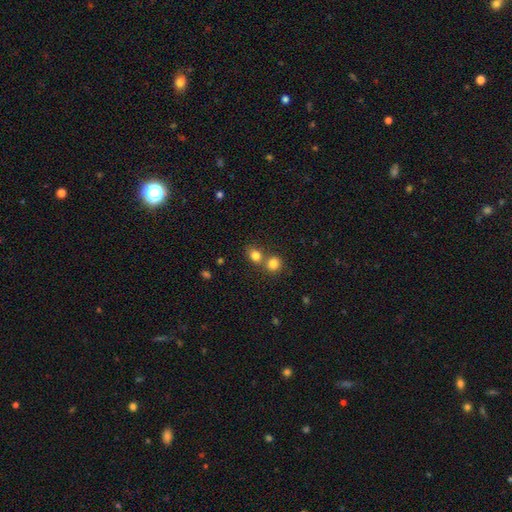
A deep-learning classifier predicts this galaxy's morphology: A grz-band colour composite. It shows a smooth galaxy with no disk features (81%) that is round (64%). Merging: none (49%).